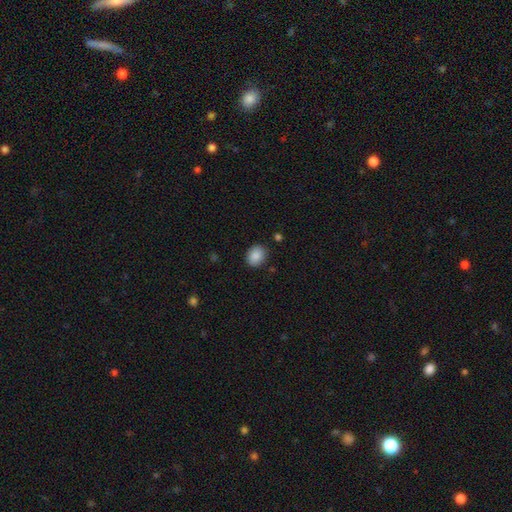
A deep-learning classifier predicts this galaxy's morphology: Smooth or featured: smooth — 88% (star or artifact — 8%)
How rounded: round — 51% (in between — 48%)
Merging: none — 87% (minor disturbance — 9%)